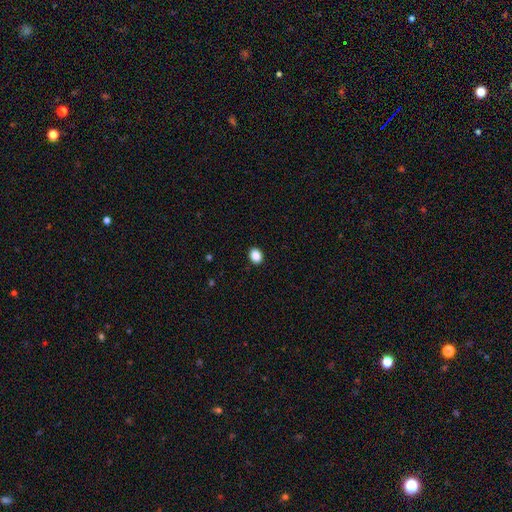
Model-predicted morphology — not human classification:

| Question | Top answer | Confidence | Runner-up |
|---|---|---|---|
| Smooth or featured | smooth | 89% | star or artifact (9%) |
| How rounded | in between | 63% | round (36%) |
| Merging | none | 91% | minor disturbance (6%) |